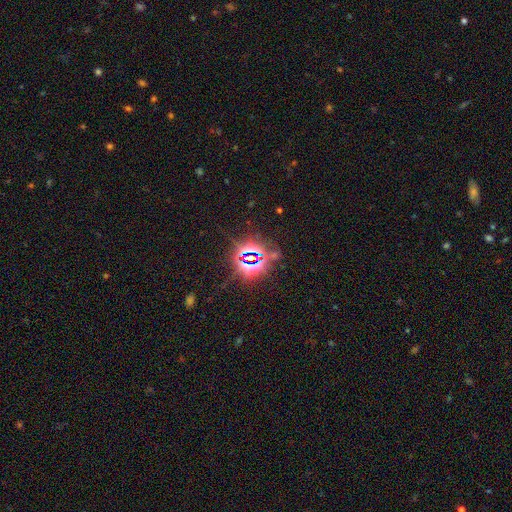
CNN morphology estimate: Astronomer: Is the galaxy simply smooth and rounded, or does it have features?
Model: star or artifact — 84%.